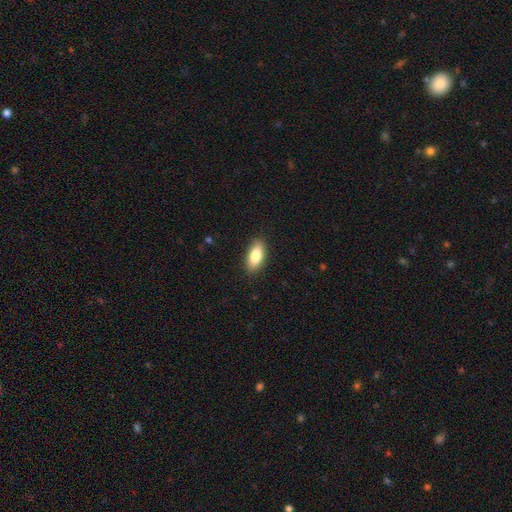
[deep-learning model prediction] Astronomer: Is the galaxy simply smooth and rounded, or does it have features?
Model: smooth — 85%.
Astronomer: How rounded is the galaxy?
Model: in between — 84%.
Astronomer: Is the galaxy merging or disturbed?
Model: none — 87%.